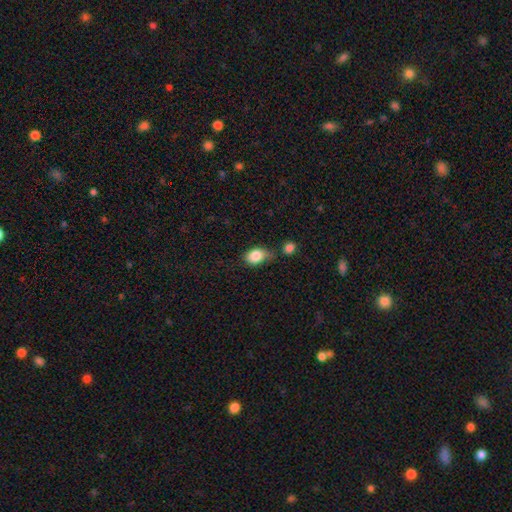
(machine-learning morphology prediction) Smooth or featured? smooth (84%)
How rounded? in between (76%)
Merging? none (47%)